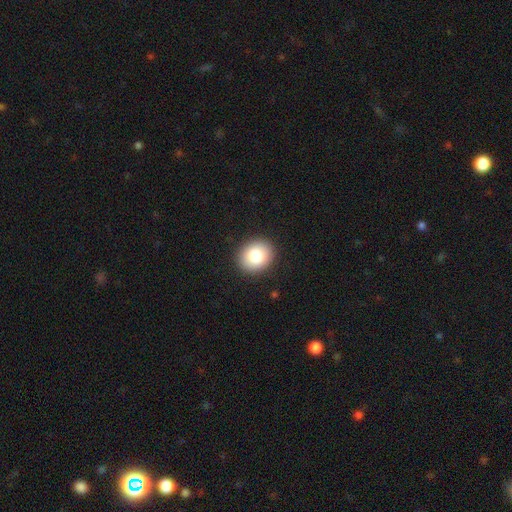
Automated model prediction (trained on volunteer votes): Q: Smooth or featured?
A: smooth (84%); runner-up: star or artifact (8%)
Q: How rounded?
A: round (66%); runner-up: in between (33%)
Q: Merging?
A: none (91%); runner-up: minor disturbance (6%)